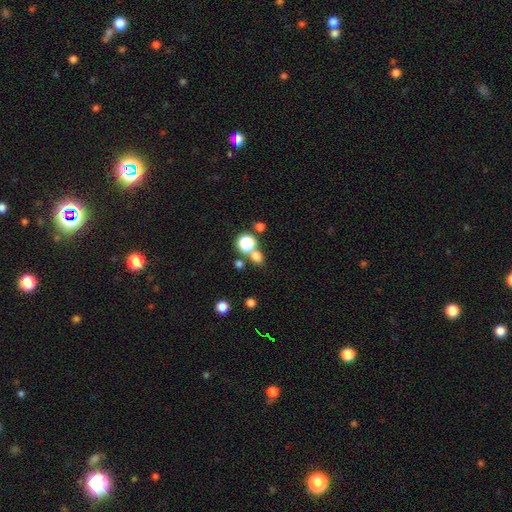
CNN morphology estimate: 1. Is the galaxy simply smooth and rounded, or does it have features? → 72% smooth, 20% star or artifact, 7% featured or disk.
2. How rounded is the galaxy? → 68% round, 31% in between, 1% cigar-shaped.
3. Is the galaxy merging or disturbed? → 57% none, 31% merger, 8% minor disturbance, 4% major disturbance.